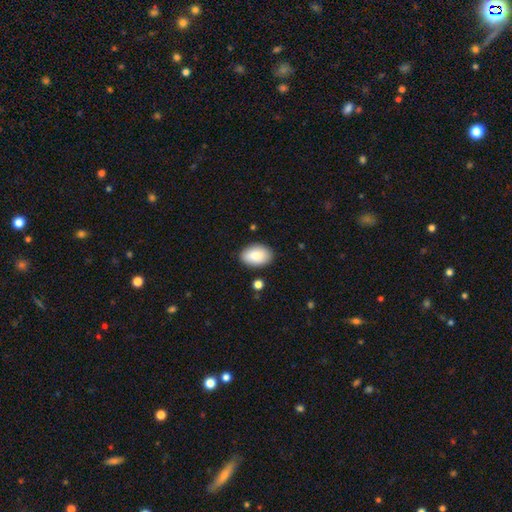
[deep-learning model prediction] This appears to be a smooth galaxy with no disk features (86%) that is in between round and cigar-shaped (91%). Merging: none (85%).